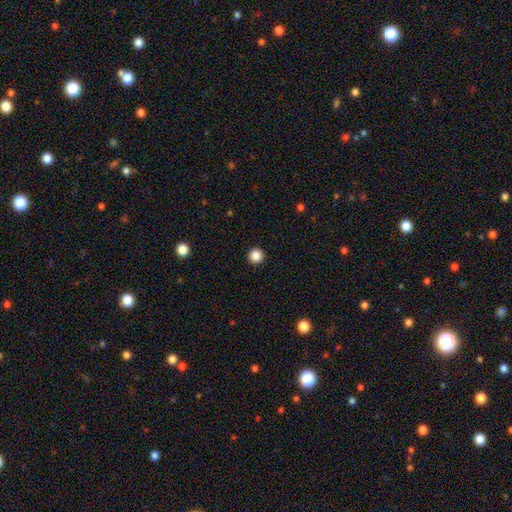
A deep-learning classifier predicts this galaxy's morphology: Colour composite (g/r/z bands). It shows a smooth galaxy with no disk features (87%) that is round (96%). Merging: none (94%).